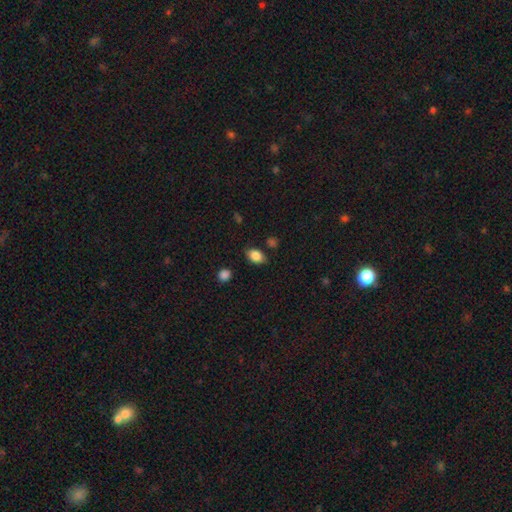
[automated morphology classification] A smooth galaxy with no disk features (85%) that is in between round and cigar-shaped (79%). Merging: none (80%).